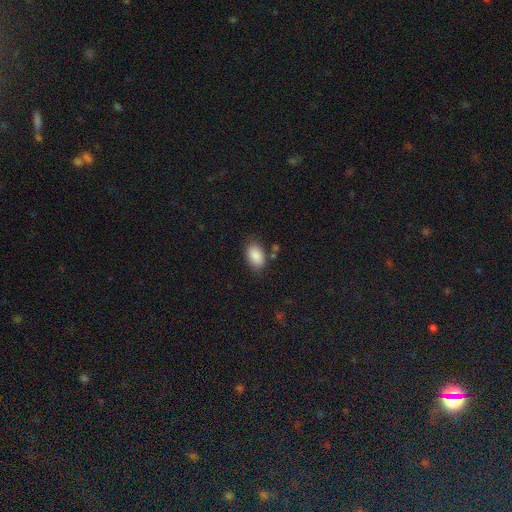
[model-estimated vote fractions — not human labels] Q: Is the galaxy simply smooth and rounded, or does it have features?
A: smooth — 88%.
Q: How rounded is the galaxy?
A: in between — 91%.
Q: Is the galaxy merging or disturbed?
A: none — 77%.